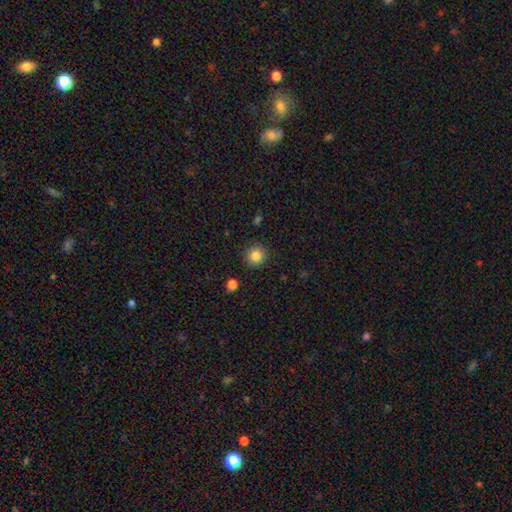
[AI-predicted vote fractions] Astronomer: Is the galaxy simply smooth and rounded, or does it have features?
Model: smooth — 85%.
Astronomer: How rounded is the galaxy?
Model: round — 92%.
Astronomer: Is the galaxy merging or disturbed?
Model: none — 90%.